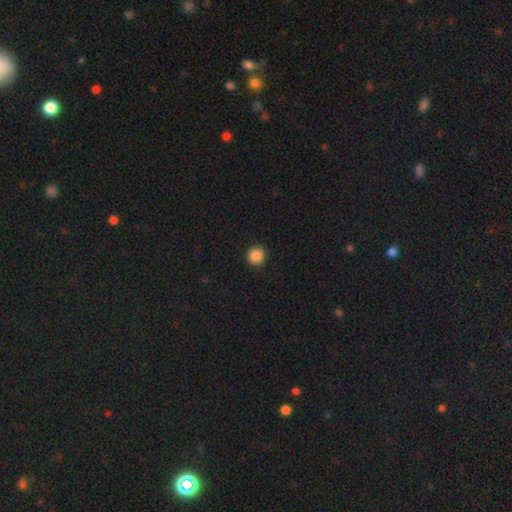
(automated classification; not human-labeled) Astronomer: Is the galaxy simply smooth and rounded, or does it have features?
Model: smooth — 87%.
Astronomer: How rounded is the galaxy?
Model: round — 94%.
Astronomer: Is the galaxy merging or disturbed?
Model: none — 92%.